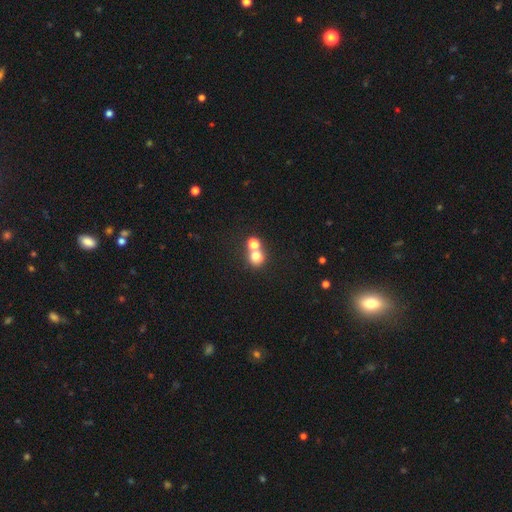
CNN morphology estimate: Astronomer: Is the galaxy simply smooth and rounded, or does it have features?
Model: smooth — 74%.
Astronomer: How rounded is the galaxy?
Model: round — 83%.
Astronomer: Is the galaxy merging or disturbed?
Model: merger — 51% (runner-up: none, 40%).